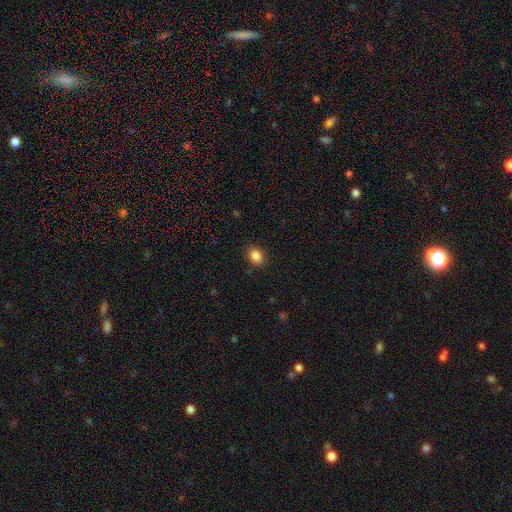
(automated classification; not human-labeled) smooth_or_featured: smooth (p=0.87) [alt: star or artifact p=0.09]
how_rounded: in between (p=0.71) [alt: round p=0.28]
merging: none (p=0.88) [alt: minor disturbance p=0.08]